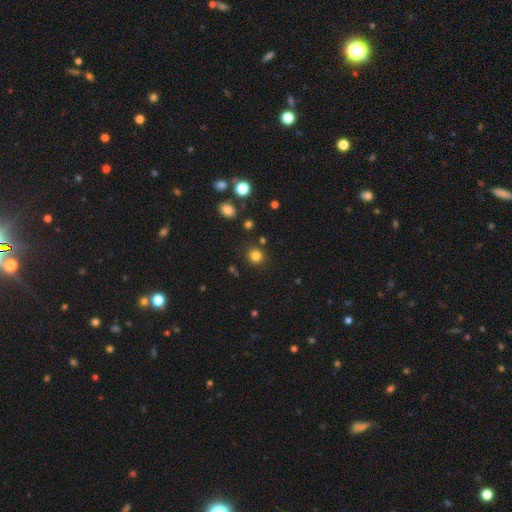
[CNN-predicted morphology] A smooth galaxy with no disk features (82%) that is round (89%).

Vote fractions:
- Smooth or featured? smooth: 82% / star or artifact: 13% / featured or disk: 5%
- How rounded? round: 89% / in between: 10% / cigar-shaped: 1%
- Merging? none: 87% / minor disturbance: 7% / merger: 3% / major disturbance: 3%